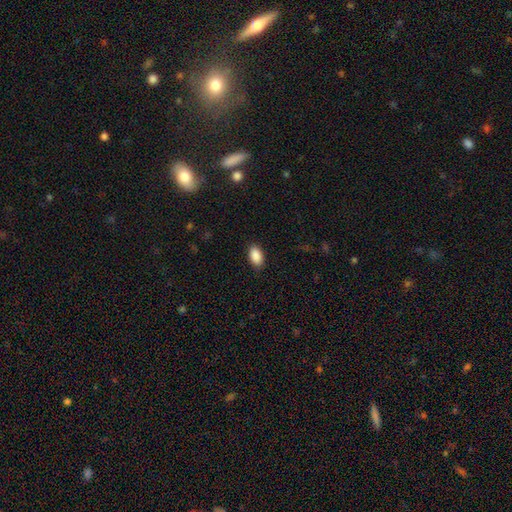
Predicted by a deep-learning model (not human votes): Morphology: type=smooth (90%); roundness=in between (93%); merging=none (88%).